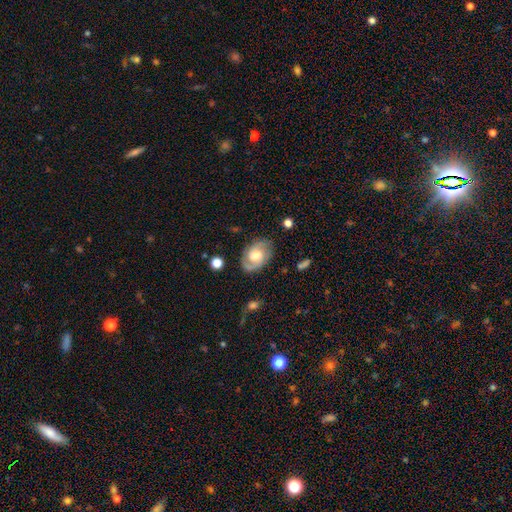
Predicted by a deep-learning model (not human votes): smooth-or-featured: featured or disk: 67% | smooth: 26% | star or artifact: 6%
  disk-edge-on: no: 96% | yes: 4%
    bar: no: 61% | weak: 34% | strong: 5%
    has-spiral-arms: yes: 88% | no: 12%
      spiral-winding: medium: 43% | tight: 40% | loose: 16%
      spiral-arm-count: 2: 70% | can't tell: 13% | 1: 12% | 3: 3% | 4: 1% | more than 4: 1%
    bulge-size: moderate: 51% | large: 27% | small: 15% | none: 4% | dominant: 2%
  merging: none: 74% | minor disturbance: 17% | major disturbance: 6% | merger: 2%